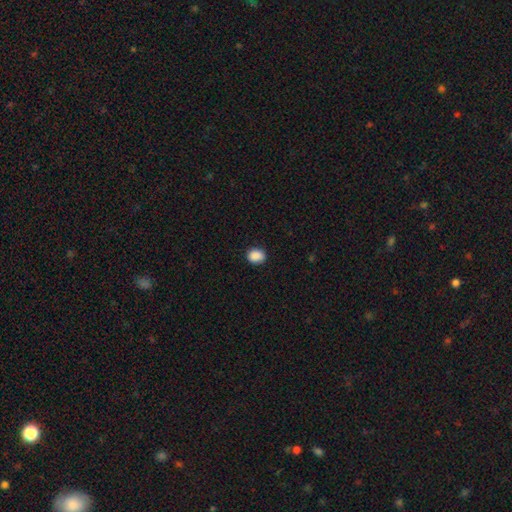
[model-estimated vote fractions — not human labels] The model was most divided on "how rounded": round: 50%, in between: 49%, cigar-shaped: 1%. More confident: smooth or featured — smooth (89%); merging — none (87%).